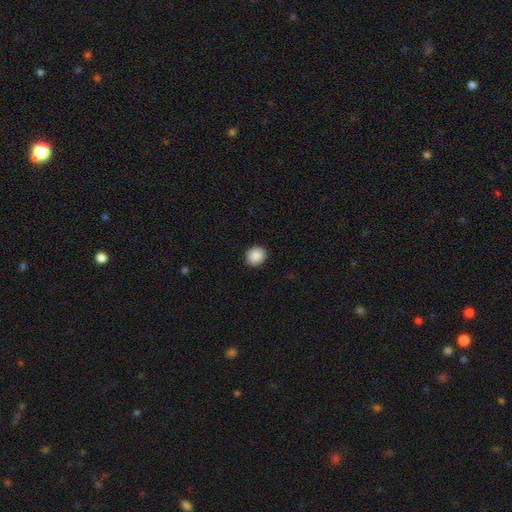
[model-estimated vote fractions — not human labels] This appears to be a smooth galaxy with no disk features (89%) that is round (81%). Merging: none (91%).